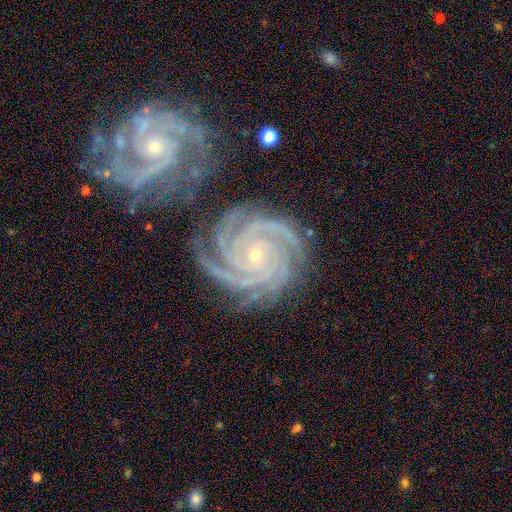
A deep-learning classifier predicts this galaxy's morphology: Smooth or featured: featured or disk — 92% (star or artifact — 5%)
Edge-on disk: no — 98% (yes — 2%)
Bar: no — 68% (weak — 19%)
Spiral arms: yes — 99% (no — 1%)
Spiral winding: tight — 81% (medium — 17%)
Spiral arm count: 4 — 47% (3 — 19%)
Bulge size: small — 79% (moderate — 18%)
Merging: none — 69% (minor disturbance — 17%)